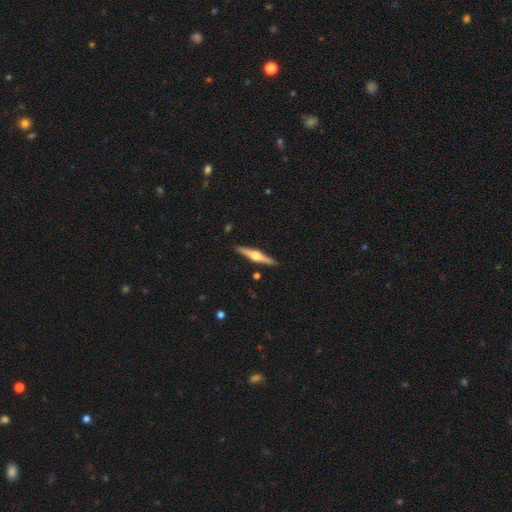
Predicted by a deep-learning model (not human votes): The model was most divided on "smooth or featured": featured or disk: 76%, smooth: 19%, star or artifact: 5%. More confident: edge-on disk — yes (98%); edge-on bulge — rounded (94%); merging — none (90%).